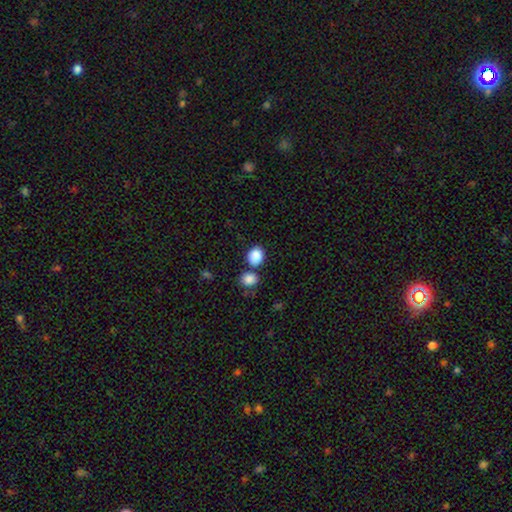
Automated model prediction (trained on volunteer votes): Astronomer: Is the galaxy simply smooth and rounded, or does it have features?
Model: smooth — 87%.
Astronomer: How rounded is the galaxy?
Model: round — 60% (runner-up: in between, 39%).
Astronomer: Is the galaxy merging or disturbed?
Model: none — 63%.